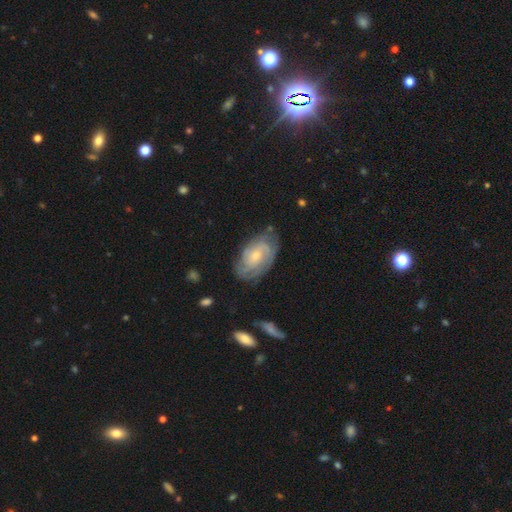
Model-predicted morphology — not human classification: smooth-or-featured: featured or disk: 74% | smooth: 20% | star or artifact: 6%
  disk-edge-on: no: 96% | yes: 4%
    bar: no: 67% | weak: 29% | strong: 4%
    has-spiral-arms: yes: 91% | no: 9%
      spiral-winding: tight: 58% | medium: 32% | loose: 10%
      spiral-arm-count: can't tell: 40% | 2: 25% | 3: 17% | 4: 8% | 1: 5% | more than 4: 4%
    bulge-size: small: 59% | moderate: 36% | none: 2% | large: 2% | dominant: 1%
  merging: none: 70% | minor disturbance: 22% | major disturbance: 7% | merger: 2%